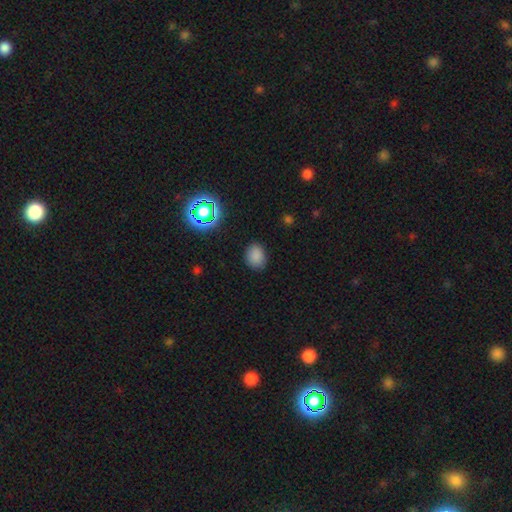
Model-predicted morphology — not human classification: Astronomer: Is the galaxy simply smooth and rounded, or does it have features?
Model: smooth — 81%.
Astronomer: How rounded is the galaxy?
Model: in between — 51% (runner-up: round, 48%).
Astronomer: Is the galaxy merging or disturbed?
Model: none — 83%.